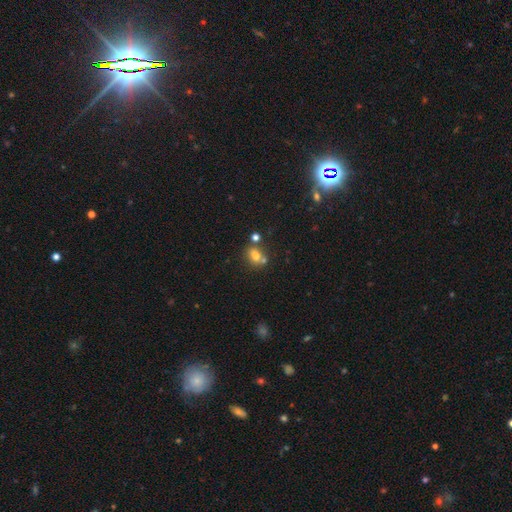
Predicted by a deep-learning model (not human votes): This is likely a smooth galaxy (73%). How rounded: possibly in between (54%). Merging: possibly none (54%).